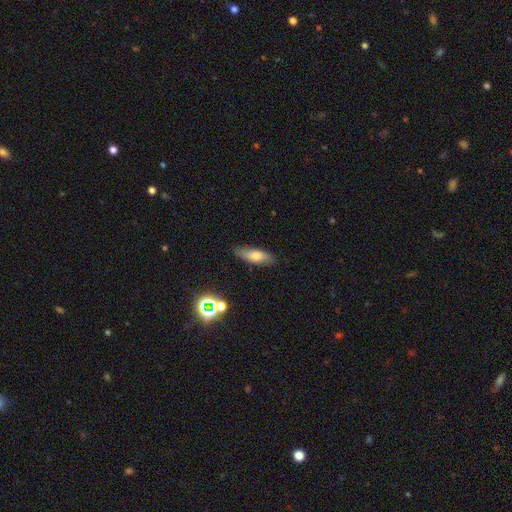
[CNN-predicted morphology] Smooth or featured? smooth (66%)
How rounded? in between (54%)
Merging? none (82%)